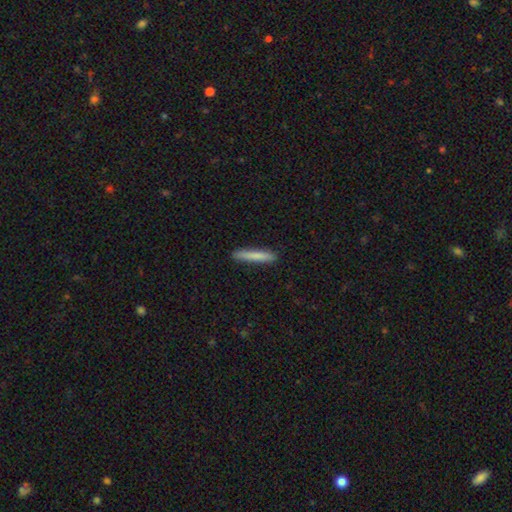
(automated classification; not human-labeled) A smooth galaxy with no disk features (81%) that is cigar-shaped (94%). Merging: none (90%).